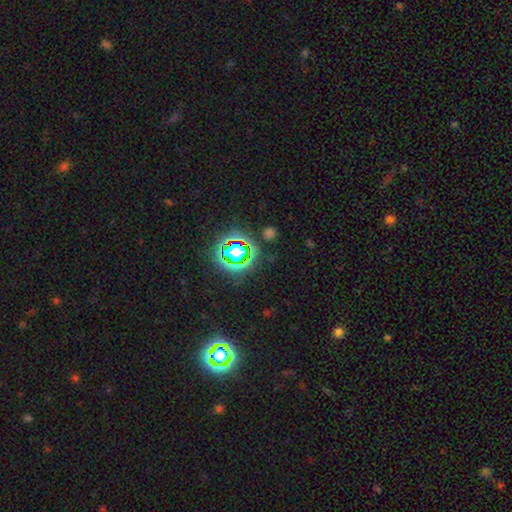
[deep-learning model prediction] Smooth or featured?
  - star or artifact: 75% *
  - smooth: 18%
  - featured or disk: 8%